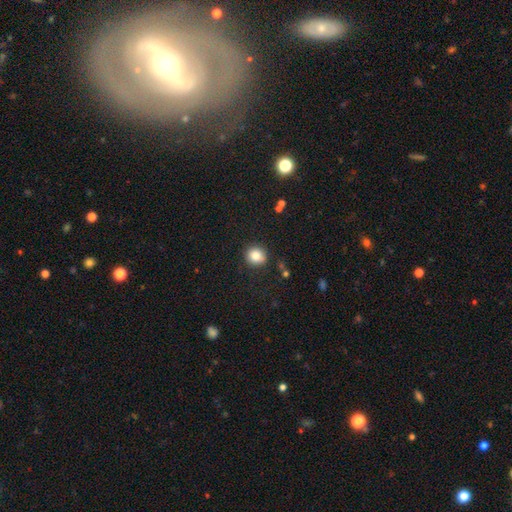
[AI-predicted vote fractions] Morphology: type=smooth (83%); roundness=round (87%); merging=none (87%).